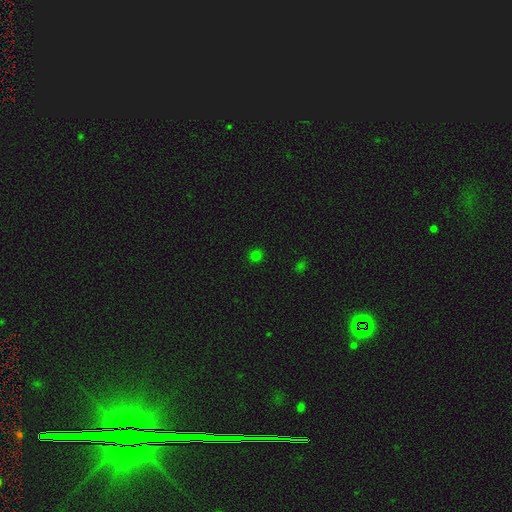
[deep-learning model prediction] Smooth or featured: smooth — 76% (star or artifact — 21%)
How rounded: round — 92% (in between — 7%)
Merging: none — 91% (minor disturbance — 5%)